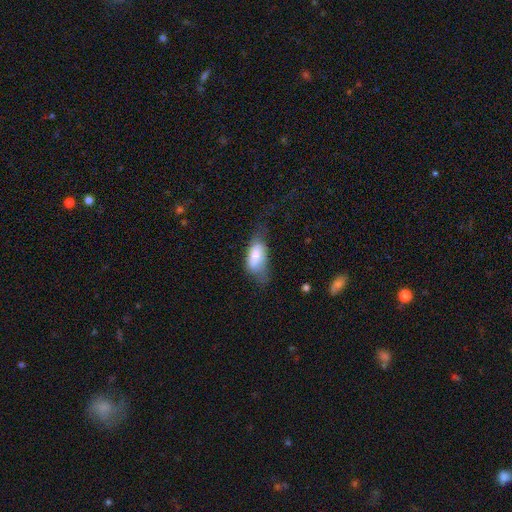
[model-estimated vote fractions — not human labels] smooth 70%, featured or disk 23%, star or artifact 7%. Down the decision tree: how rounded — in between (88%); merging — minor disturbance (35%, tied with none).